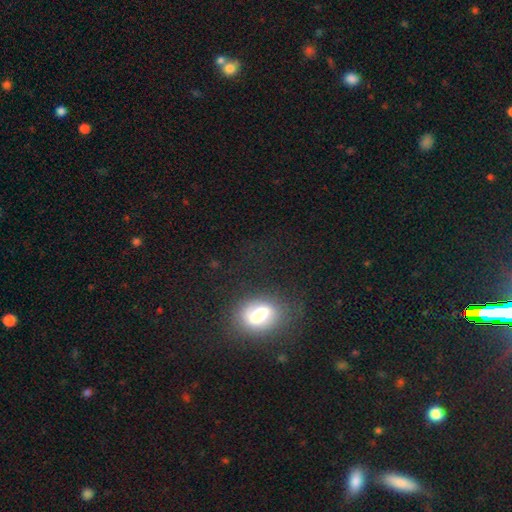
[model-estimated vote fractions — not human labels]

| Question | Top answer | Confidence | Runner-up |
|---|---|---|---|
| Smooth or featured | smooth | 66% | star or artifact (24%) |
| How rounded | in between | 55% | round (43%) |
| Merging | none | 85% | minor disturbance (10%) |